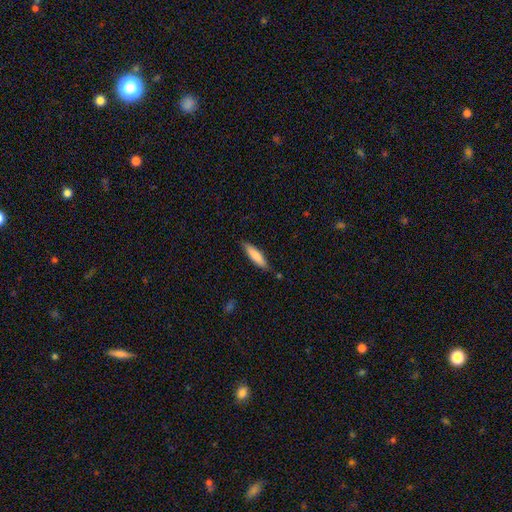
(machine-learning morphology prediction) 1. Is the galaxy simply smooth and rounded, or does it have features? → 81% smooth, 14% featured or disk, 6% star or artifact.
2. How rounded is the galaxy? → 73% cigar-shaped, 26% in between, 1% round.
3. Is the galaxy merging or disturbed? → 82% none, 14% minor disturbance, 2% major disturbance, 2% merger.